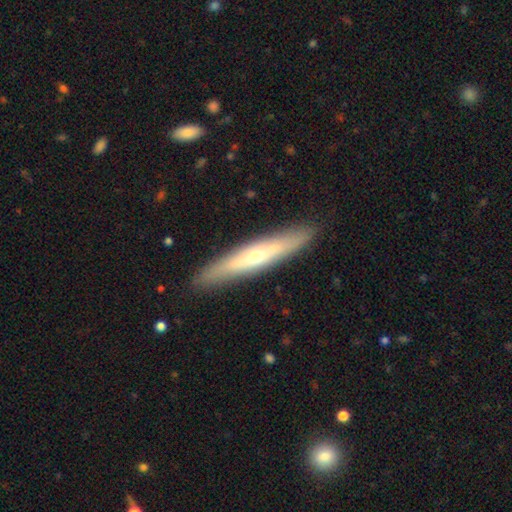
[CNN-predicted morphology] Smooth or featured? featured or disk (56%)
Edge-on disk? yes (84%)
Merging? none (90%)